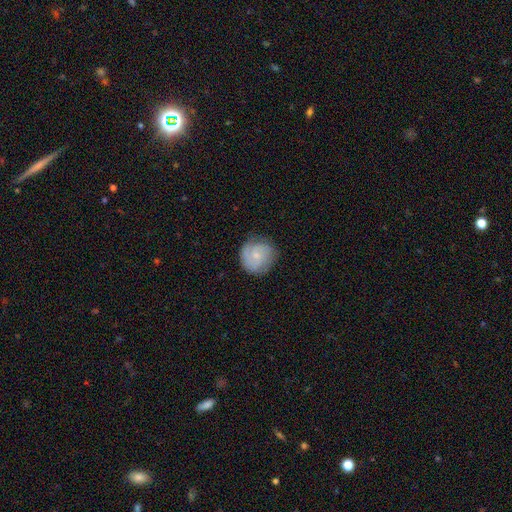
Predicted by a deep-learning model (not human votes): Smooth or featured: featured or disk — 54% (smooth — 39%)
Edge-on disk: no — 98% (yes — 2%)
Bar: no — 70% (weak — 27%)
Spiral arms: yes — 89% (no — 11%)
Bulge size: small — 68% (moderate — 25%)
Merging: none — 77% (minor disturbance — 17%)